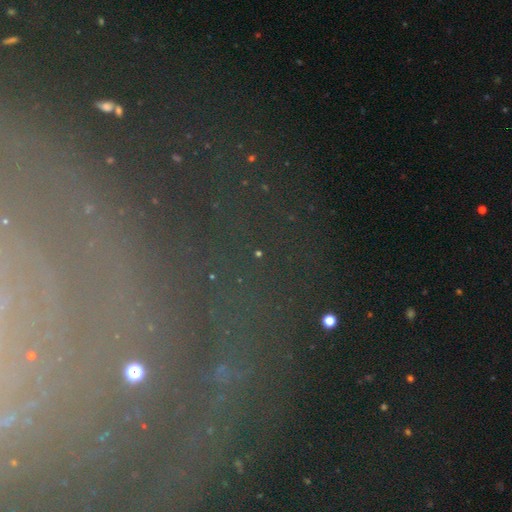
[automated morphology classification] Q: Smooth or featured?
A: featured or disk (43%); runner-up: star or artifact (39%)
Q: Merging?
A: none (75%); runner-up: minor disturbance (11%)